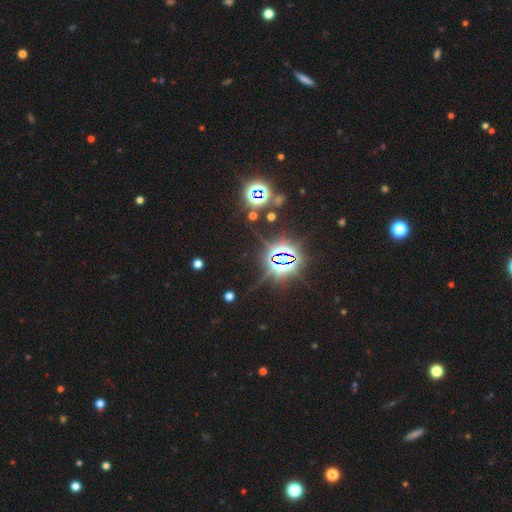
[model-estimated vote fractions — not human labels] Morphology: type=star or artifact (85%).